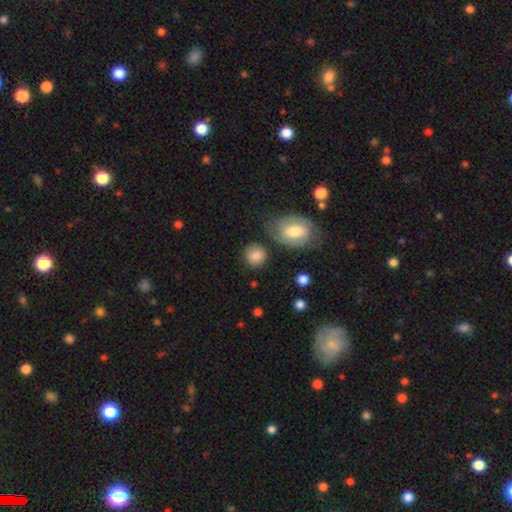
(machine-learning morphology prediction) Smooth or featured: smooth — 80% (featured or disk — 13%)
How rounded: round — 84% (in between — 15%)
Merging: none — 72% (minor disturbance — 15%)